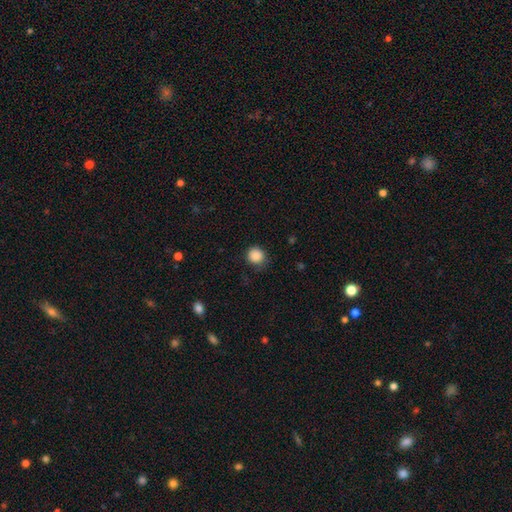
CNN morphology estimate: This is clearly a smooth galaxy (88%). How rounded: clearly round (89%). Merging: likely none (76%).